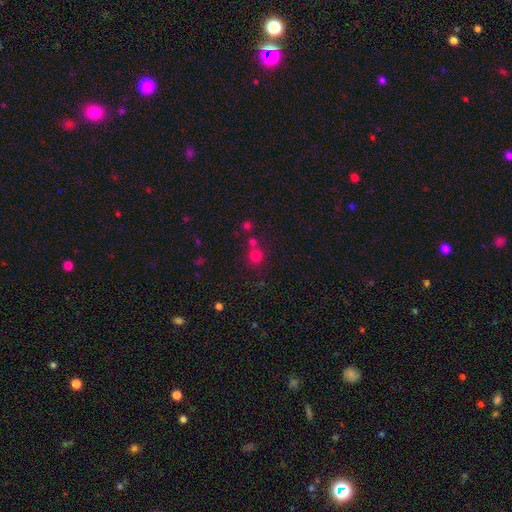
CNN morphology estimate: Q: Smooth or featured?
A: smooth (73%); runner-up: star or artifact (20%)
Q: How rounded?
A: round (89%); runner-up: in between (10%)
Q: Merging?
A: none (64%); runner-up: merger (25%)